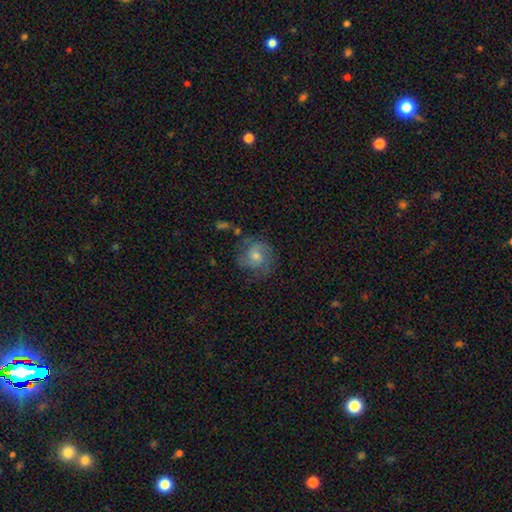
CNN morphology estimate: Smooth or featured? Predicted: featured or disk (p=0.57). Edge-on disk? Predicted: no (p=0.97). Bar? Predicted: no (p=0.68). Spiral arms? Predicted: yes (p=0.87). Bulge size? Predicted: moderate (p=0.53). Merging? Predicted: none (p=0.68).